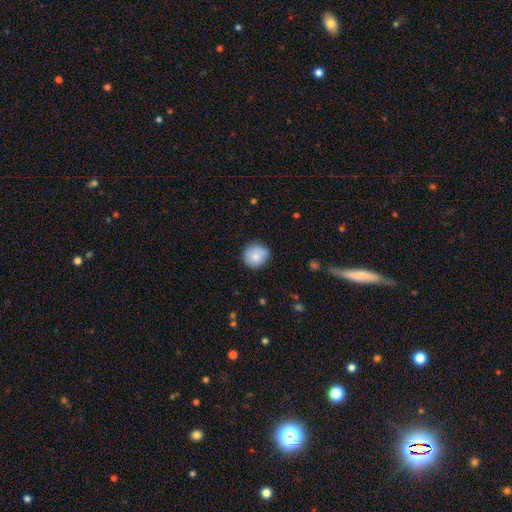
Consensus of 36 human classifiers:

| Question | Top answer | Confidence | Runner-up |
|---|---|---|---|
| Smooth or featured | smooth | 89% | featured or disk (8%) |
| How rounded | round | 94% | in between (6%) |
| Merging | none | 60% | minor disturbance (34%) |